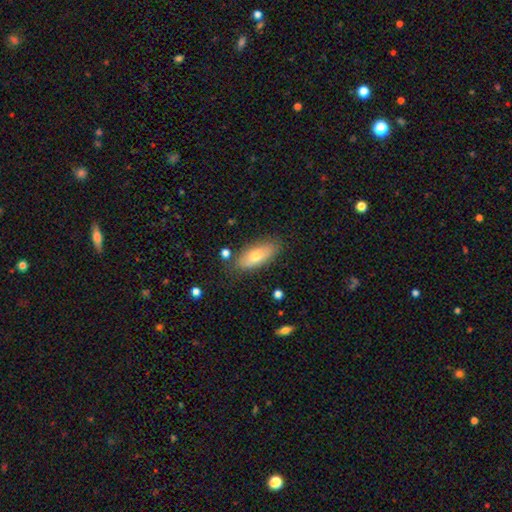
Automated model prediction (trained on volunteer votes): Overall: smooth (68%). How rounded: in between (83%). Merging: none (80%).